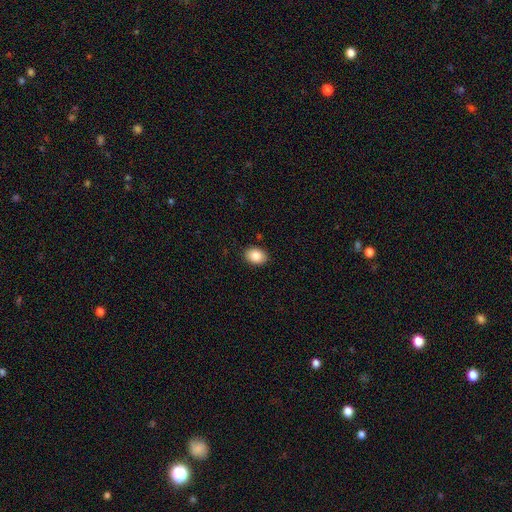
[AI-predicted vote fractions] Smooth or featured?
  - smooth: 87% *
  - star or artifact: 8%
  - featured or disk: 5%
How rounded?
  - in between: 70% *
  - round: 30%
  - cigar-shaped: 1%
Merging?
  - none: 89% *
  - minor disturbance: 8%
  - major disturbance: 2%
  - merger: 1%